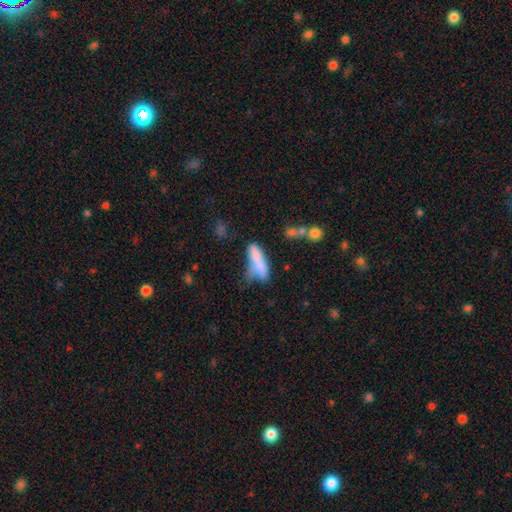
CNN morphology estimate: type=smooth (69%); roundness=cigar-shaped (55%); merging=none (30%).